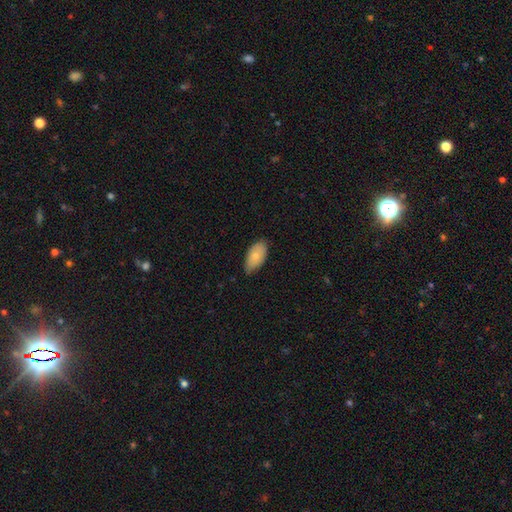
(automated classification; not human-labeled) Morphology: type=smooth (79%); roundness=in between (94%); merging=none (74%).